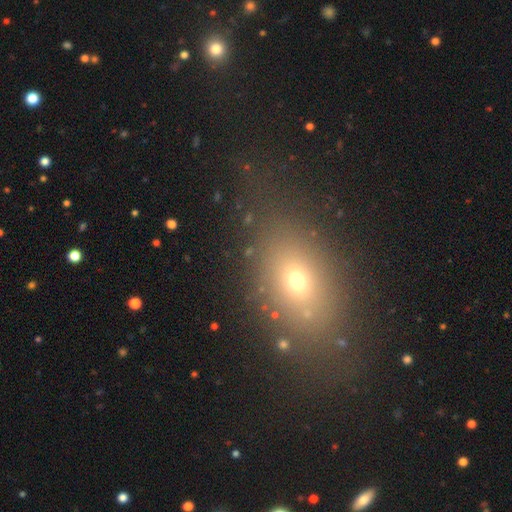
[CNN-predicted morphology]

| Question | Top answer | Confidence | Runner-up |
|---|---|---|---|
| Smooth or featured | smooth | 60% | star or artifact (26%) |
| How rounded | in between | 71% | round (24%) |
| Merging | none | 78% | minor disturbance (12%) |